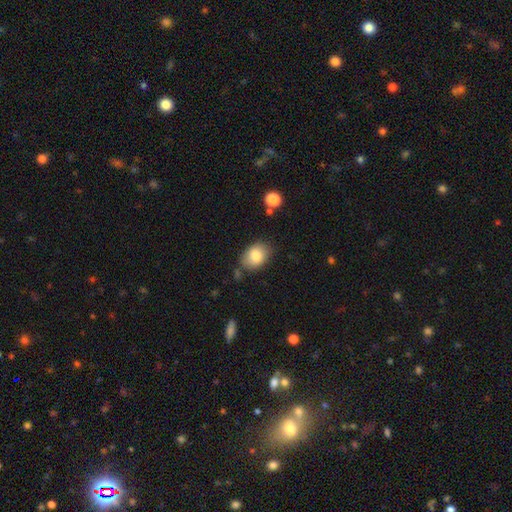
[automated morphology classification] Q: Smooth or featured?
A: smooth (82%); runner-up: featured or disk (11%)
Q: How rounded?
A: in between (78%); runner-up: round (21%)
Q: Merging?
A: none (76%); runner-up: minor disturbance (17%)